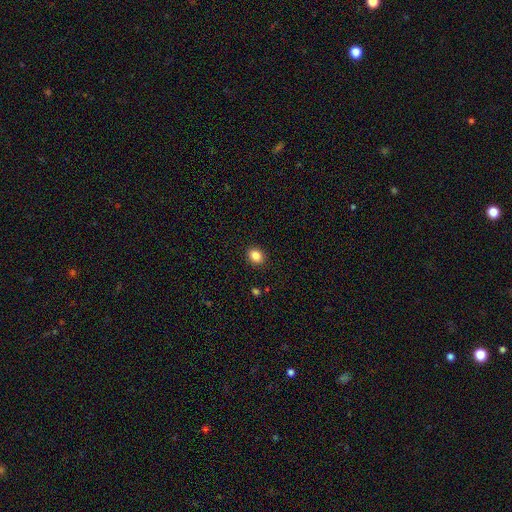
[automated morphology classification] smooth_or_featured: smooth (p=0.86) [alt: star or artifact p=0.10]
how_rounded: round (p=0.55) [alt: in between p=0.44]
merging: none (p=0.91) [alt: minor disturbance p=0.06]